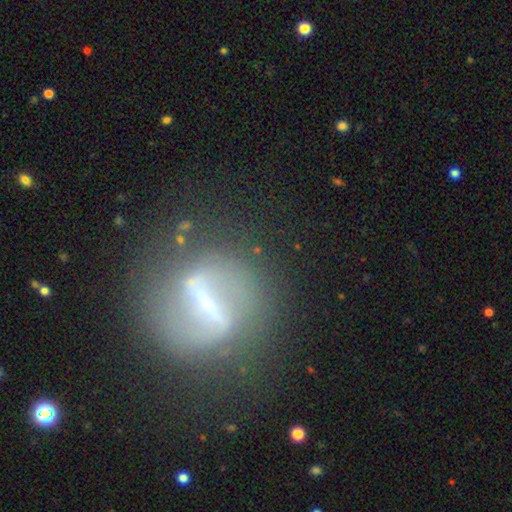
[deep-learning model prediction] This is likely a featured or disk galaxy (76%). It is clearly not viewed edge-on (88%). Bar: likely strong (74%). Spiral arm pattern: likely yes (67%). Central bulge: likely small (61%). Merging: likely none (77%).